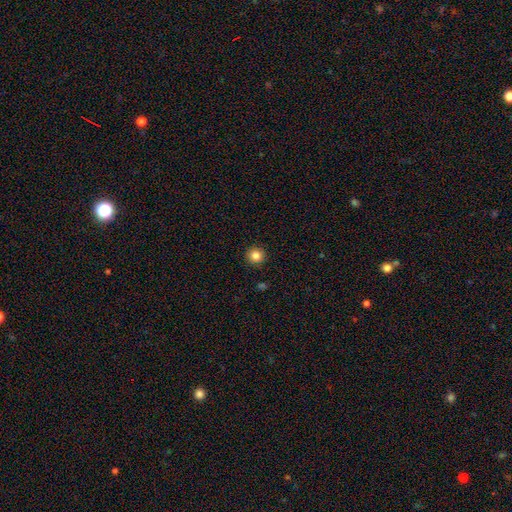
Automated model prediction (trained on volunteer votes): Overall: smooth (84%). How rounded: round (94%). Merging: none (92%).